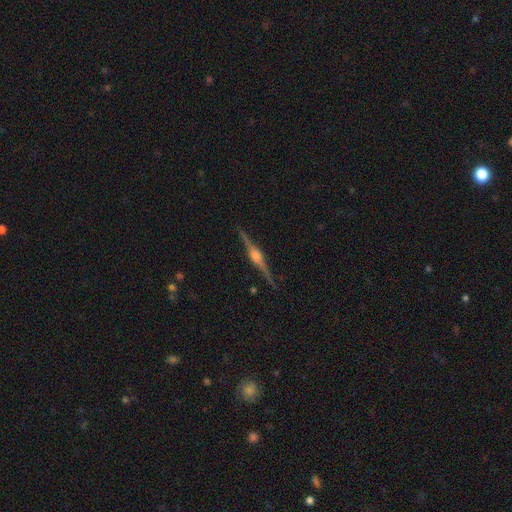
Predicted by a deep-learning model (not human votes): smooth-or-featured: featured or disk: 87% | smooth: 7% | star or artifact: 6%
  disk-edge-on: yes: 98% | no: 2%
    edge-on-bulge: rounded: 89% | boxy: 9% | none: 2%
  merging: none: 89% | minor disturbance: 8% | major disturbance: 2% | merger: 1%